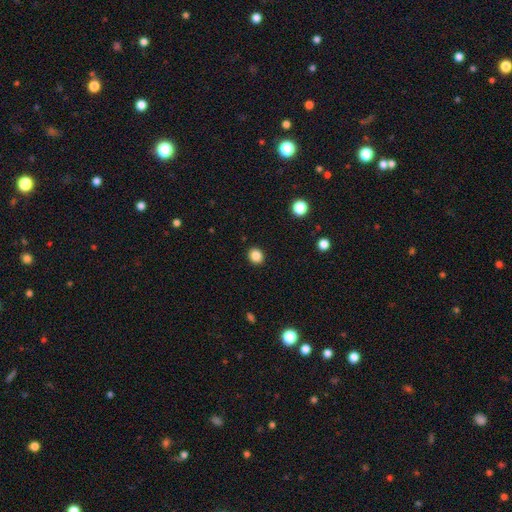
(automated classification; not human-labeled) Smooth or featured: smooth — 86% (star or artifact — 11%)
How rounded: round — 69% (in between — 30%)
Merging: none — 91% (minor disturbance — 6%)